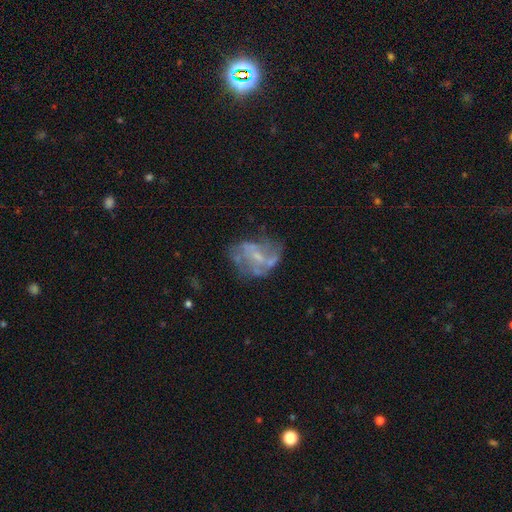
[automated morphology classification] This is likely a featured or disk galaxy (71%). It is clearly not viewed edge-on (98%). Bar: possibly no (60%). Spiral arm pattern: possibly no (54%). Central bulge: possibly small (53%). Merging: marginally none (44%).